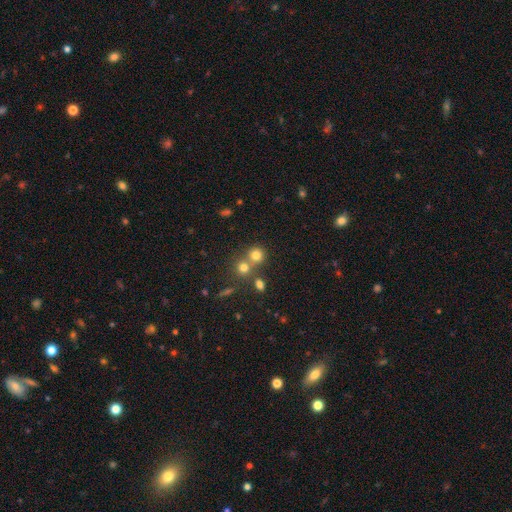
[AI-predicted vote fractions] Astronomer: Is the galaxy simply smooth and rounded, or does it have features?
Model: smooth — 75%.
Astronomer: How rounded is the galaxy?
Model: round — 87%.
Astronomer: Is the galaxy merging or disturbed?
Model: none — 55% (runner-up: merger, 34%).